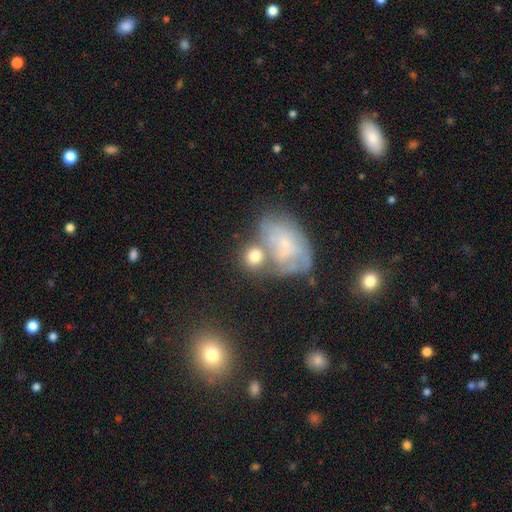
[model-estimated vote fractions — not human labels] A smooth galaxy with no disk features (54%) that is round (61%). Merging: none (43%).